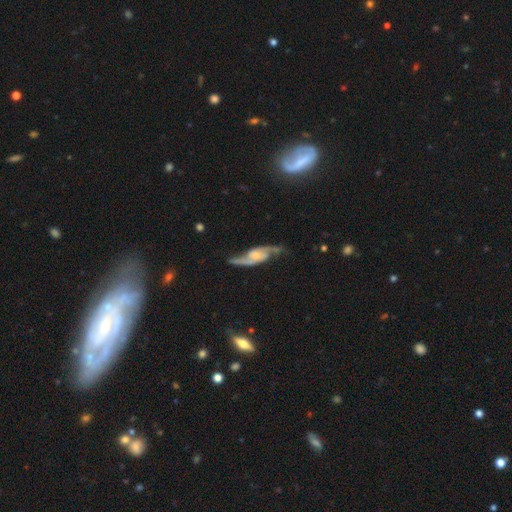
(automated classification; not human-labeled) Overall: featured or disk (87%). Edge-on disk: no (90%). Bar: no (48%; weak 38%). Spiral arms: yes (96%). Spiral arm count: 2 (92%). Spiral winding: loose (55%; medium 35%). Bulge size: small (49%; moderate 29%). Merging: none (70%).